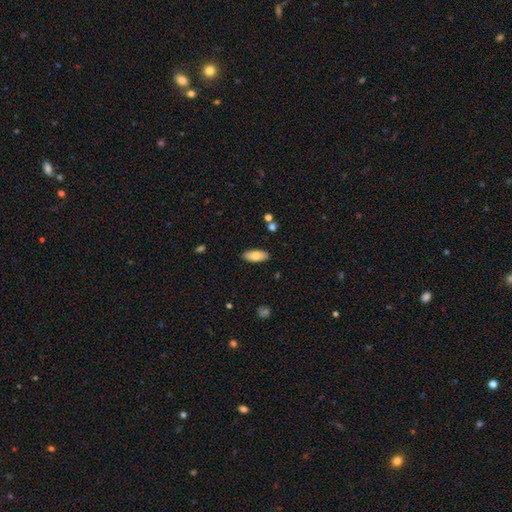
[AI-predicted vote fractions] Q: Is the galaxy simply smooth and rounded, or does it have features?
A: smooth — 75%.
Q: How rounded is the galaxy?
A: in between — 88%.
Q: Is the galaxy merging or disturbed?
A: none — 87%.